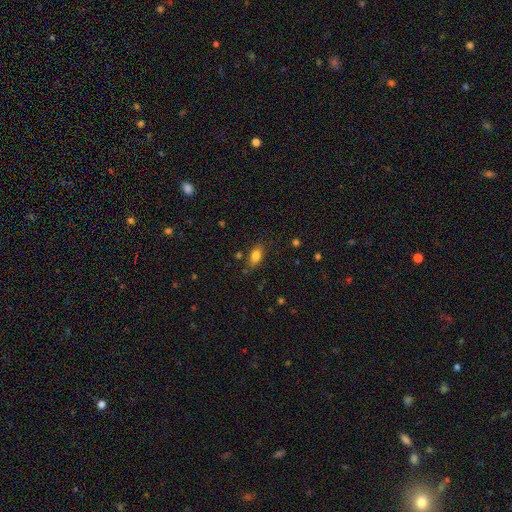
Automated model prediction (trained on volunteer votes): This appears to be a smooth galaxy with no disk features (80%) that is in between round and cigar-shaped (84%). Merging: none (77%).